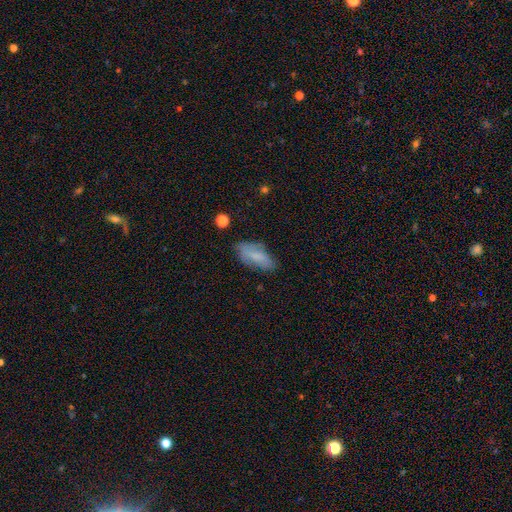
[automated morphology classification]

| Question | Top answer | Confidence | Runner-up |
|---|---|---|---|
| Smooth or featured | smooth | 71% | featured or disk (21%) |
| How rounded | in between | 83% | cigar-shaped (14%) |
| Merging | none | 64% | minor disturbance (25%) |